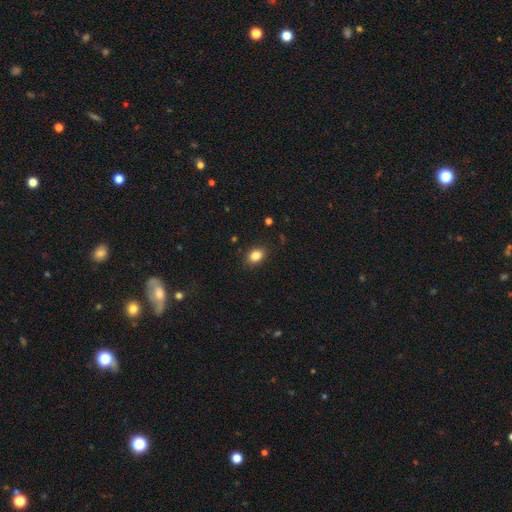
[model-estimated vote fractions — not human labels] Morphology: type=smooth (85%); roundness=in between (65%); merging=none (87%).